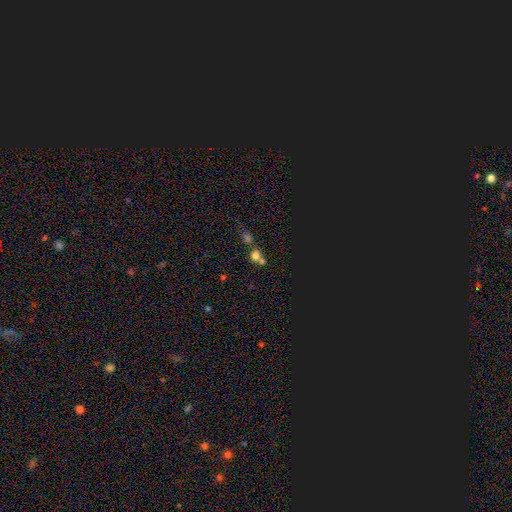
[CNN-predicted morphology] smooth 63%, star or artifact 27%, featured or disk 10%. Down the decision tree: how rounded — round (81%); merging — none (46%).